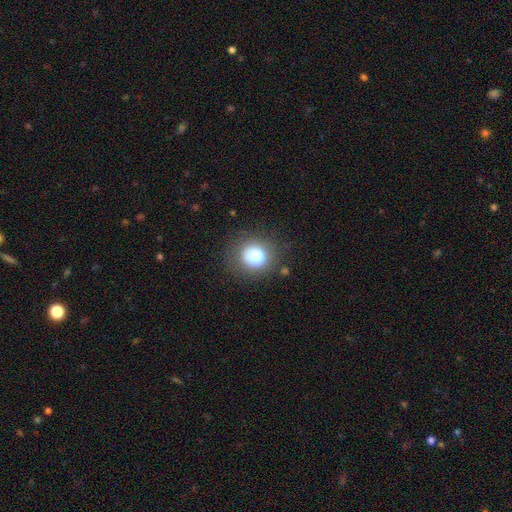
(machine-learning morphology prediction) This is likely a smooth galaxy (77%). How rounded: clearly round (86%). Merging: likely none (79%).